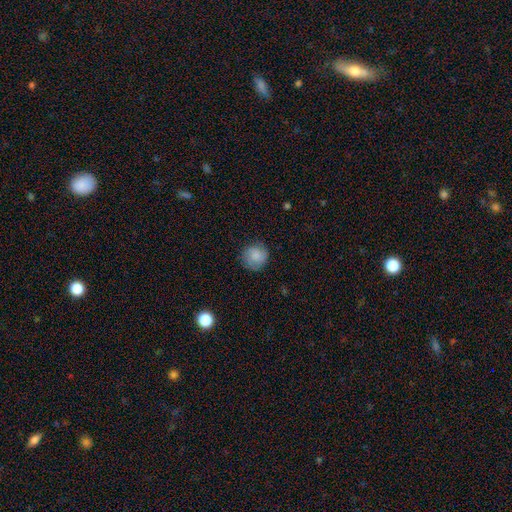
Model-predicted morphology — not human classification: smooth 80%, featured or disk 12%, star or artifact 8%. Down the decision tree: how rounded — round (90%); merging — none (80%).